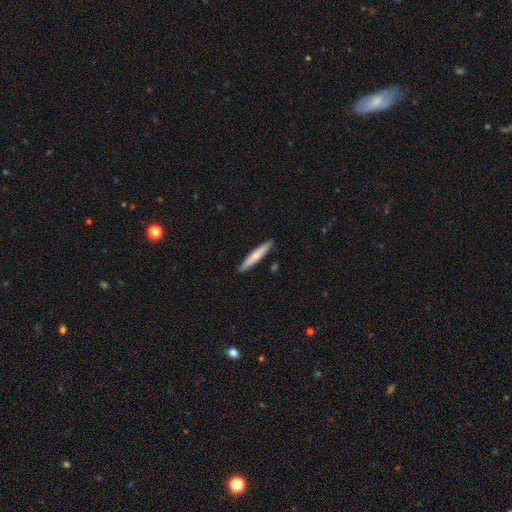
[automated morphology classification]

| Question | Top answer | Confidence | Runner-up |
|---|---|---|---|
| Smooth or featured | smooth | 71% | featured or disk (24%) |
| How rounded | cigar-shaped | 94% | in between (4%) |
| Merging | none | 91% | minor disturbance (6%) |